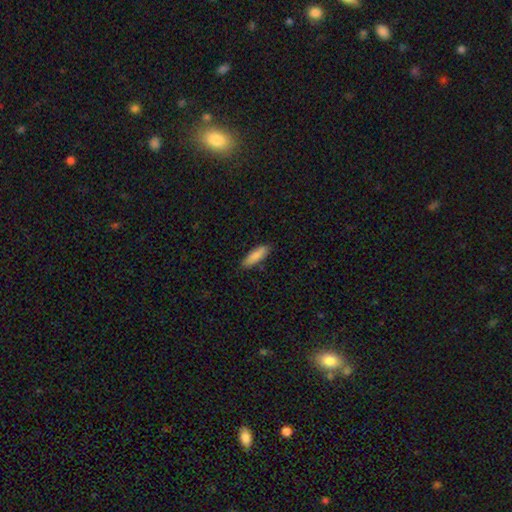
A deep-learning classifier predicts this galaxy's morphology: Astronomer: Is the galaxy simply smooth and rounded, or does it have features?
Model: smooth — 86%.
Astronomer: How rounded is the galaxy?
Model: in between — 50% (runner-up: cigar-shaped, 49%).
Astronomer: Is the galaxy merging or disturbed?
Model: none — 84%.